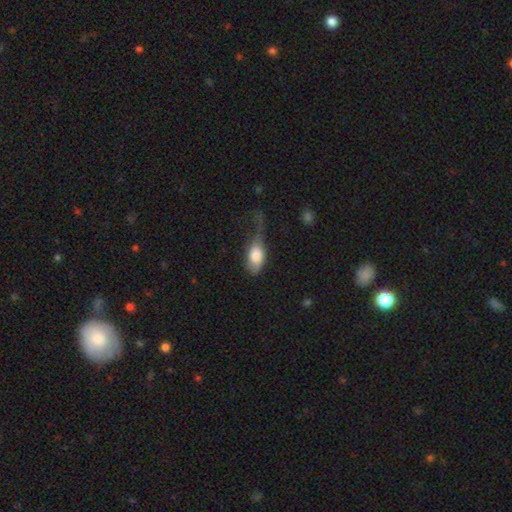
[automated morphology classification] smooth-or-featured: smooth: 76% | featured or disk: 17% | star or artifact: 7%
  how-rounded: in between: 89% | round: 6% | cigar-shaped: 4%
  merging: major disturbance: 45% | minor disturbance: 28% | none: 22% | merger: 4%